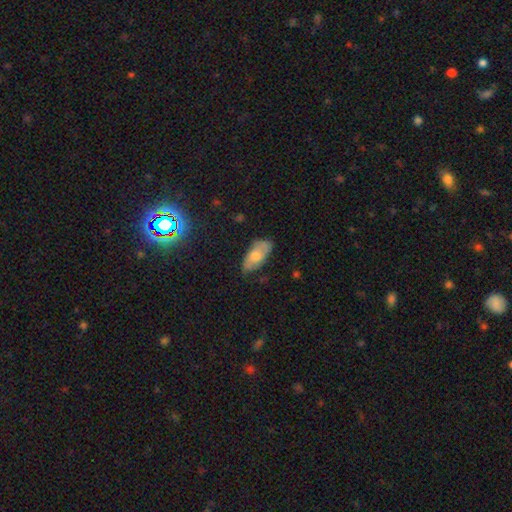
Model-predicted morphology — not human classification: A smooth galaxy with no disk features (62%) that is in between round and cigar-shaped (89%).

Vote fractions:
- Smooth or featured? smooth: 62% / featured or disk: 28% / star or artifact: 10%
- How rounded? in between: 89% / cigar-shaped: 7% / round: 3%
- Merging? none: 71% / minor disturbance: 23% / major disturbance: 5% / merger: 2%